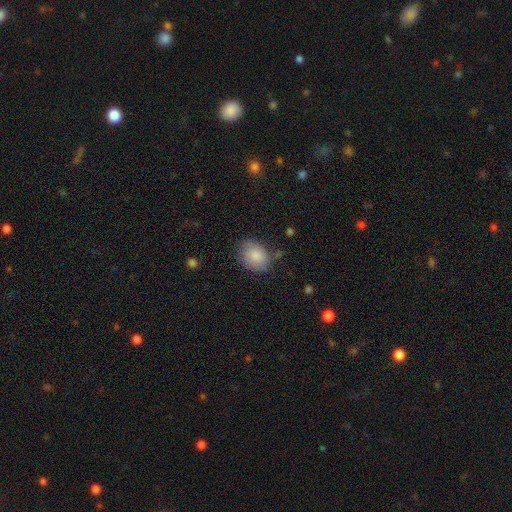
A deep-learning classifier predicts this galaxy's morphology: A smooth galaxy with no disk features (84%) that is in between round and cigar-shaped (58%). Merging: none (69%).